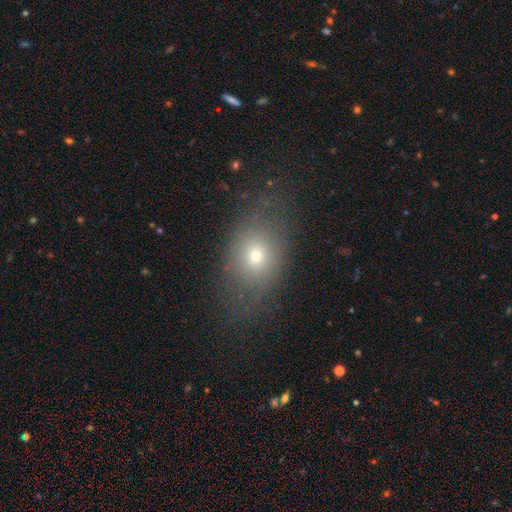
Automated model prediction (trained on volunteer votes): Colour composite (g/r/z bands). It shows a smooth galaxy with no disk features (69%) that is in between round and cigar-shaped (69%). Merging: none (72%).